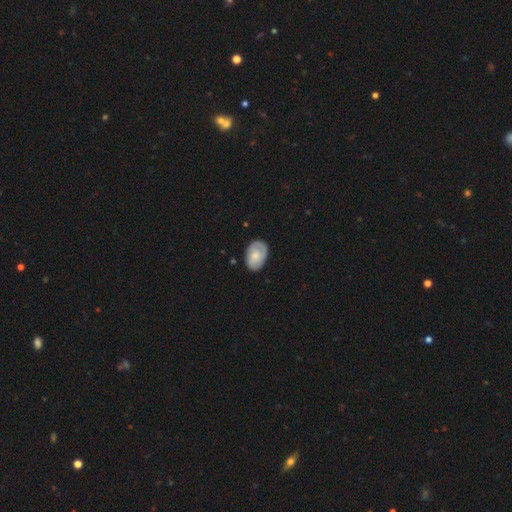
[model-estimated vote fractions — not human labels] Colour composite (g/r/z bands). It shows a smooth galaxy with no disk features (65%) that is in between round and cigar-shaped (86%). Merging: none (76%).